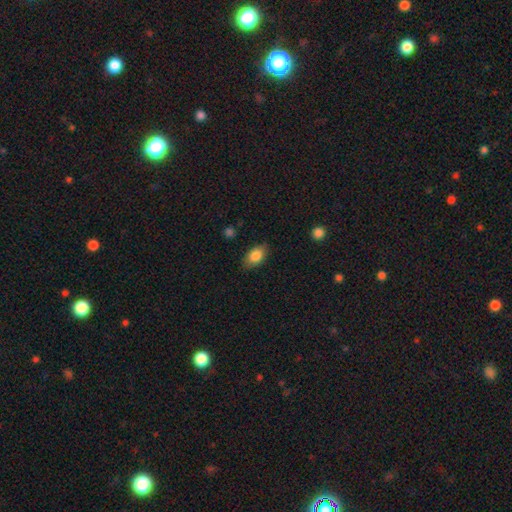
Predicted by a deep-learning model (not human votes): smooth_or_featured: smooth (p=0.83) [alt: featured or disk p=0.09]
how_rounded: in between (p=0.89) [alt: round p=0.09]
merging: none (p=0.83) [alt: minor disturbance p=0.13]